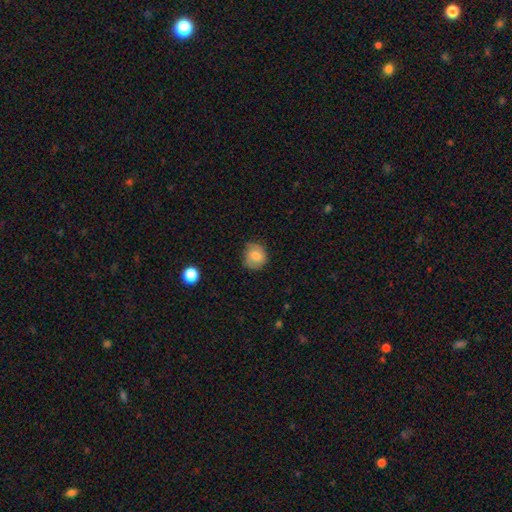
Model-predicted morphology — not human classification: The model was most divided on "merging": none: 69%, minor disturbance: 25%, major disturbance: 5%, merger: 1%. More confident: how rounded — round (80%); smooth or featured — smooth (73%).